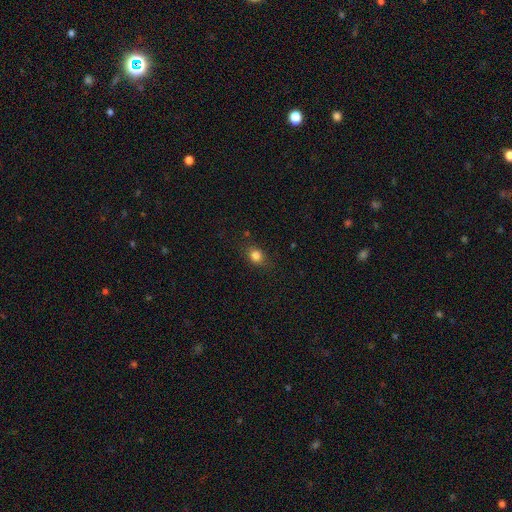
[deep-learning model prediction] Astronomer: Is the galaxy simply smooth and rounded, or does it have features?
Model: smooth — 81%.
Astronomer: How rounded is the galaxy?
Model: round — 56% (runner-up: in between, 42%).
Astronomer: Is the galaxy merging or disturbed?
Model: none — 81%.